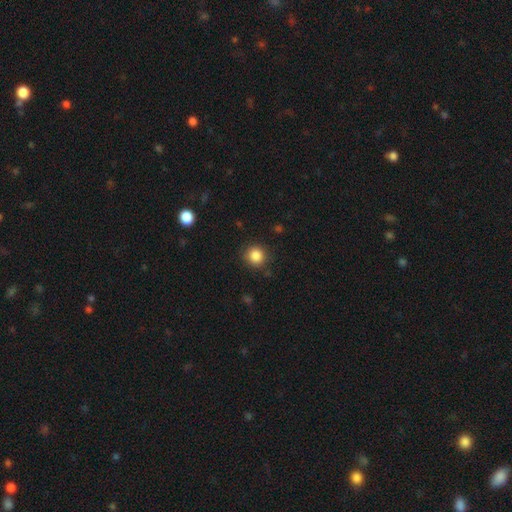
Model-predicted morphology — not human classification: smooth-or-featured: smooth: 85% | star or artifact: 11% | featured or disk: 4%
  how-rounded: round: 90% | in between: 9% | cigar-shaped: 1%
  merging: none: 87% | minor disturbance: 9% | major disturbance: 3% | merger: 1%